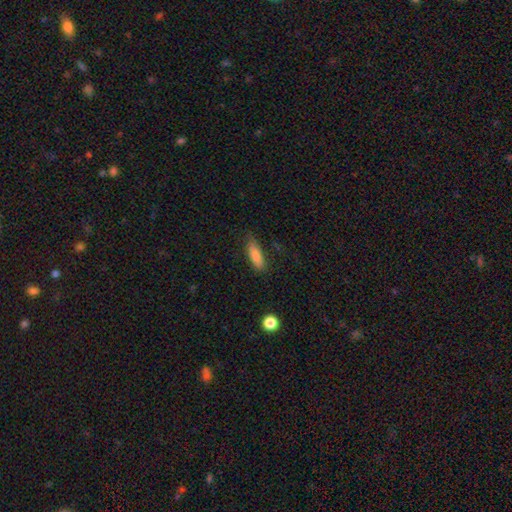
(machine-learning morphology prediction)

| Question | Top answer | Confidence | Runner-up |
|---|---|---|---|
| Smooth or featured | smooth | 84% | featured or disk (9%) |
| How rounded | in between | 56% | cigar-shaped (41%) |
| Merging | none | 74% | minor disturbance (20%) |